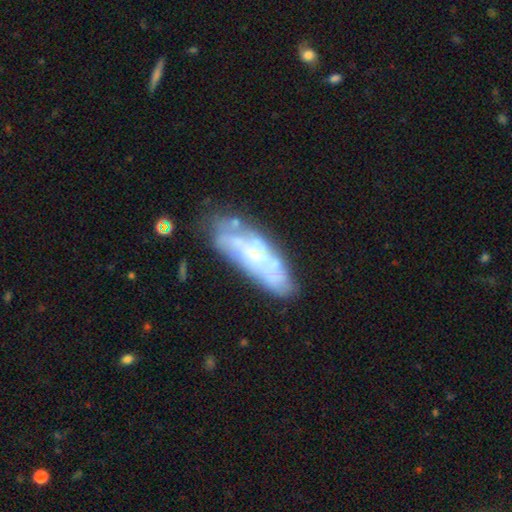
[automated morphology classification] type=featured or disk (61%); edge-on=no (83%); bar=no (76%); spiral arms=yes (55%); bulge=small (64%); merging=none (62%).